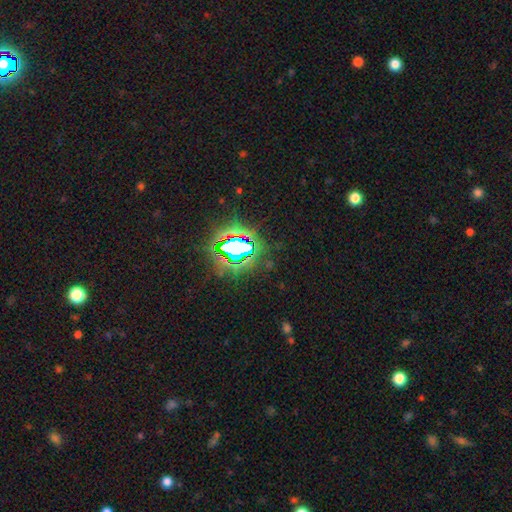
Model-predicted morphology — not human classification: star or artifact 83%, smooth 10%, featured or disk 6%.